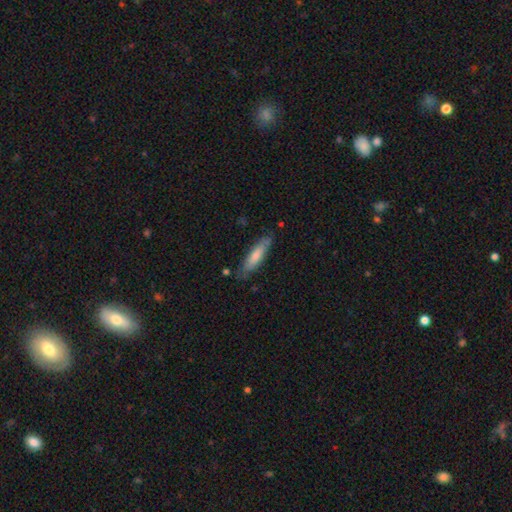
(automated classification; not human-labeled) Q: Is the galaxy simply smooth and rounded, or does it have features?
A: smooth — 70%.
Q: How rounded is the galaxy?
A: cigar-shaped — 73%.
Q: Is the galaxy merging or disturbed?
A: none — 77%.